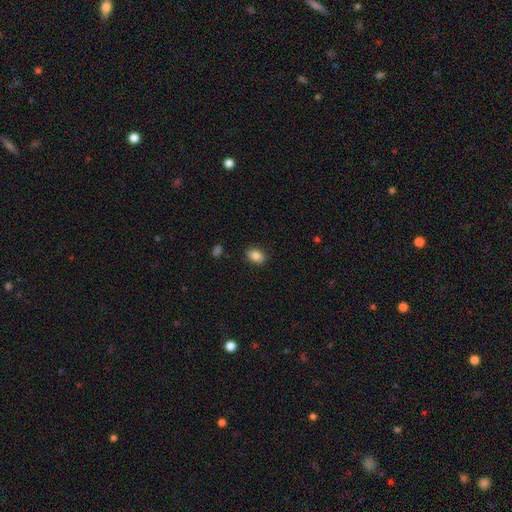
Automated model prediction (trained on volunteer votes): The model was most divided on "how rounded": in between: 82%, round: 17%, cigar-shaped: 1%. More confident: merging — none (88%); smooth or featured — smooth (87%).